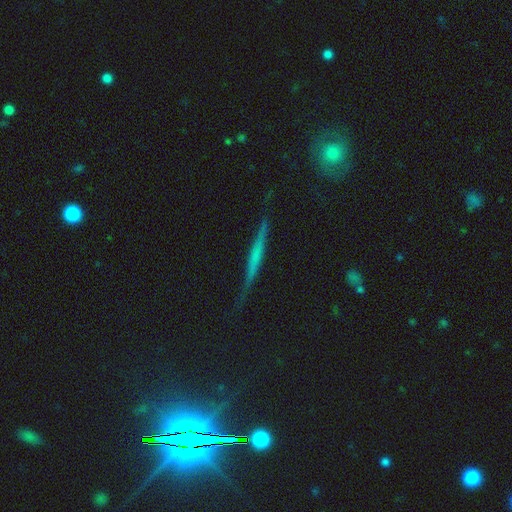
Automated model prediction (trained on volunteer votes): A featured or disk galaxy (55%) viewed edge-on (95%) with no central bulge (68%).

Vote fractions:
- Smooth or featured? featured or disk: 55% / smooth: 32% / star or artifact: 13%
- Edge-on disk? yes: 95% / no: 5%
- Edge-on bulge? none: 68% / rounded: 18% / boxy: 14%
- Merging? none: 83% / minor disturbance: 12% / major disturbance: 3% / merger: 2%